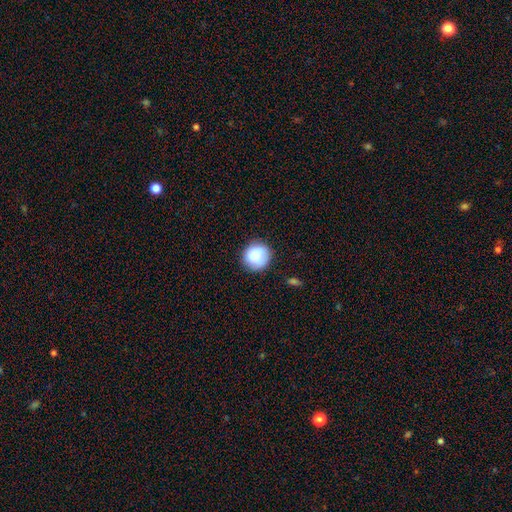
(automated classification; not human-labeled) A smooth galaxy with no disk features (84%) that is round (90%).

Vote fractions:
- Smooth or featured? smooth: 84% / featured or disk: 8% / star or artifact: 8%
- How rounded? round: 90% / in between: 9% / cigar-shaped: 1%
- Merging? none: 80% / minor disturbance: 15% / major disturbance: 4% / merger: 2%